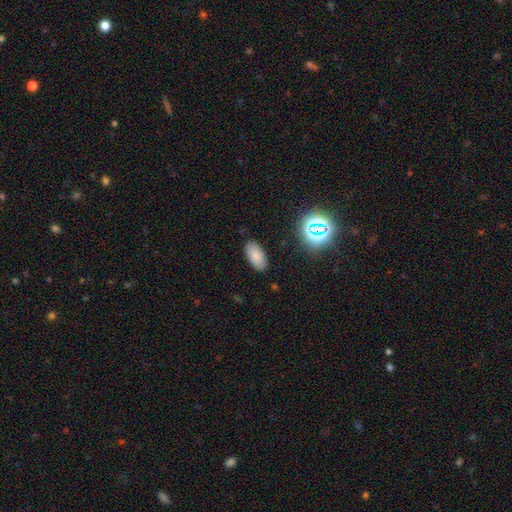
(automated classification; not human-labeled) Overall: smooth (81%). How rounded: in between (93%). Merging: none (87%).